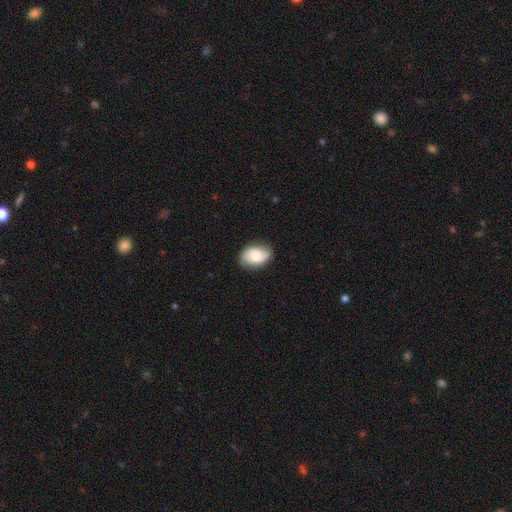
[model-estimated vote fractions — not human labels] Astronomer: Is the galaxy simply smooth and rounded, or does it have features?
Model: smooth — 56% (runner-up: featured or disk, 36%).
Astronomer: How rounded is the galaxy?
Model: in between — 84%.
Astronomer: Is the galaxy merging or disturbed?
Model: none — 82%.